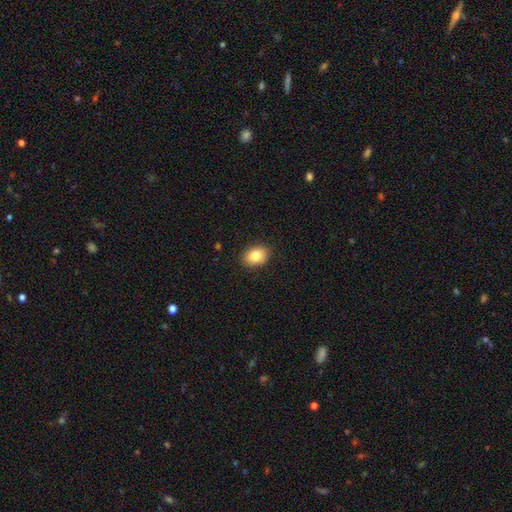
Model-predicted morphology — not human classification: Smooth or featured? Predicted: smooth (p=0.83). How rounded? Predicted: in between (p=0.68). Merging? Predicted: none (p=0.89).